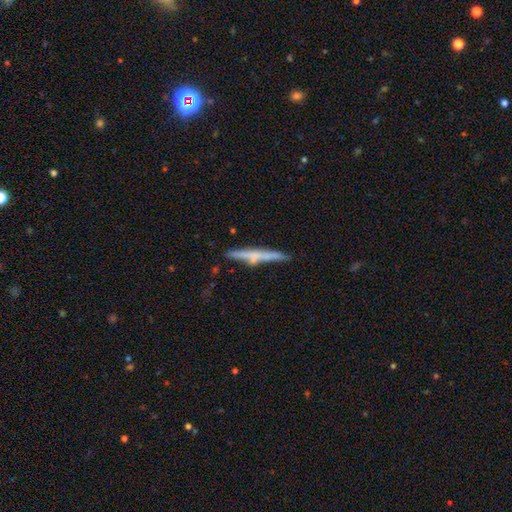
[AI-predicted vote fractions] The model was most divided on "edge-on bulge": none: 45%, rounded: 40%, boxy: 16%. More confident: edge-on disk — yes (97%); merging — none (80%); smooth or featured — featured or disk (55%).